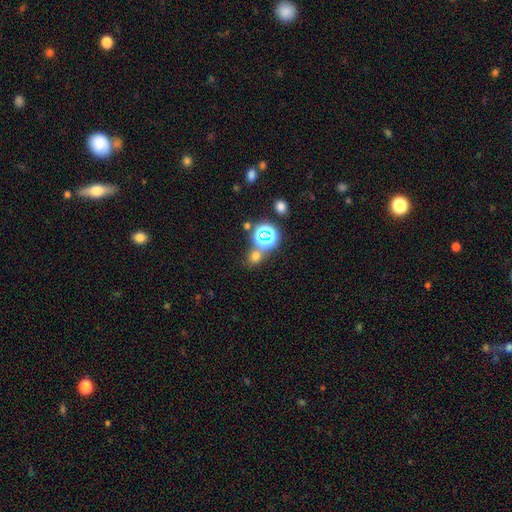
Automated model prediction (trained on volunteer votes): Overall: smooth (61%; star or artifact 32%). How rounded: round (74%). Merging: none (65%).